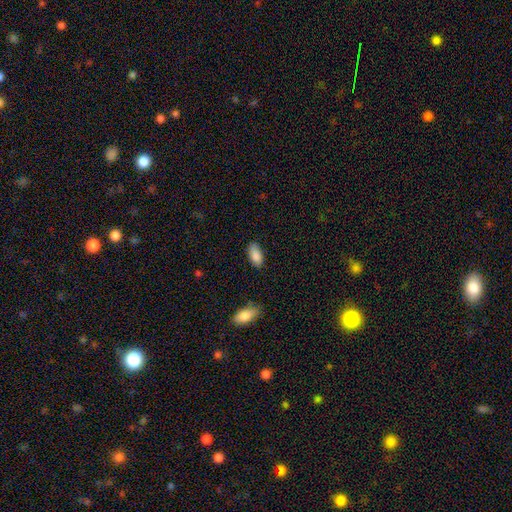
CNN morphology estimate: Smooth or featured?
  - smooth: 88% *
  - star or artifact: 7%
  - featured or disk: 6%
How rounded?
  - in between: 91% *
  - cigar-shaped: 7%
  - round: 2%
Merging?
  - none: 80% *
  - minor disturbance: 15%
  - major disturbance: 3%
  - merger: 2%